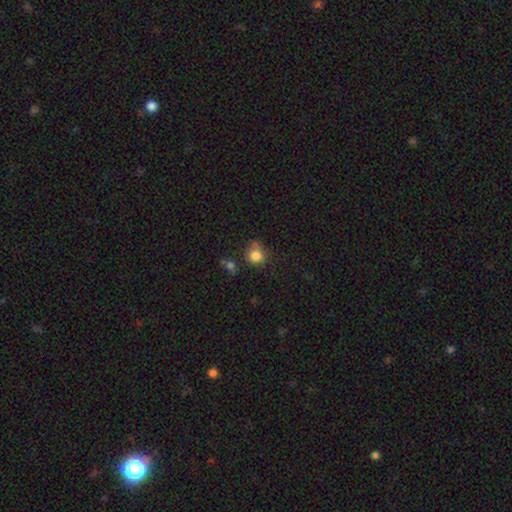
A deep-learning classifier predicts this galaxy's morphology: Smooth or featured? smooth (82%)
How rounded? round (79%)
Merging? none (54%)